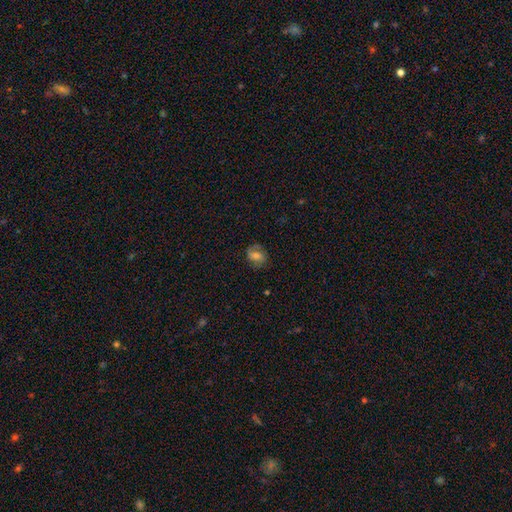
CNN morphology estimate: This appears to be a smooth galaxy with no disk features (55%) that is in between round and cigar-shaped (60%). Merging: none (68%).